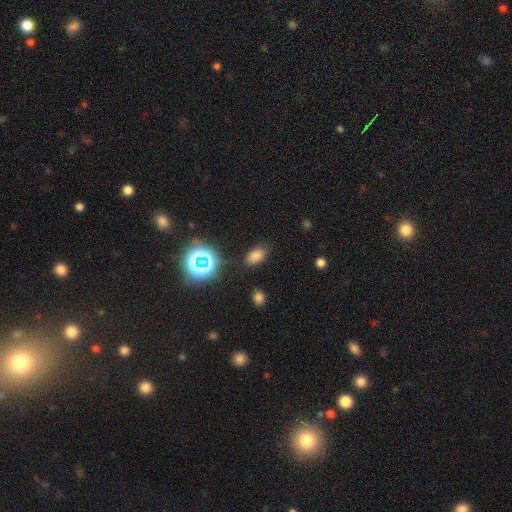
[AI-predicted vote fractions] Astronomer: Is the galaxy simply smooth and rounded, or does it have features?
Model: smooth — 72%.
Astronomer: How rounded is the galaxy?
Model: in between — 87%.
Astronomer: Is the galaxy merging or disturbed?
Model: none — 81%.